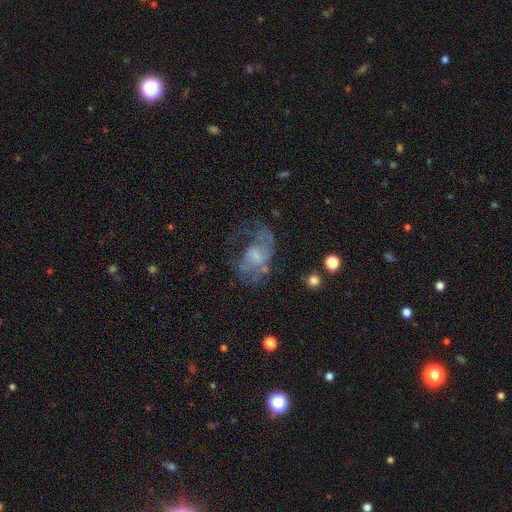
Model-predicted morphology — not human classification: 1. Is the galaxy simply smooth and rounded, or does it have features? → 63% featured or disk, 26% smooth, 12% star or artifact.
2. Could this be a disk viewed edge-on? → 97% no, 3% yes.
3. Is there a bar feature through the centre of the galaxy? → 69% no, 27% weak, 4% strong.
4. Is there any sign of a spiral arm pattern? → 62% yes, 38% no.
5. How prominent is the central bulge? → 45% small, 26% moderate, 23% none, 4% large, 1% dominant.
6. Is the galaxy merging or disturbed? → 40% major disturbance, 36% none, 20% minor disturbance, 4% merger.